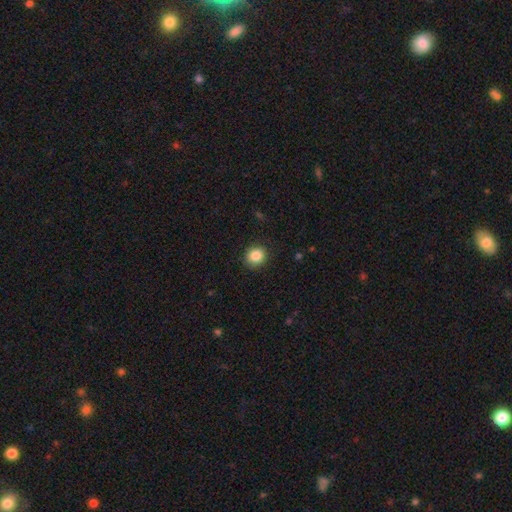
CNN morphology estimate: Smooth or featured? smooth (87%)
How rounded? round (79%)
Merging? none (89%)